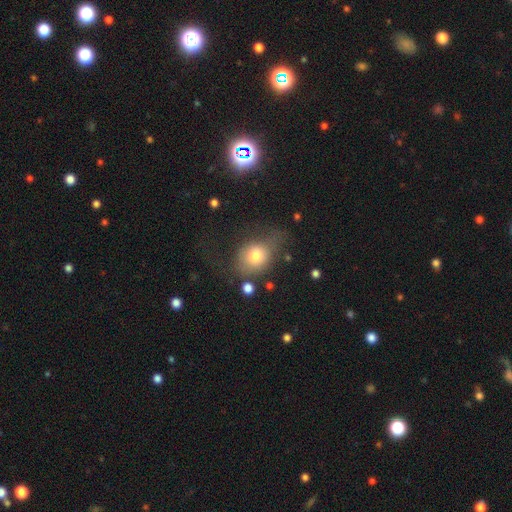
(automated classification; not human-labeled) This appears to be a smooth galaxy with no disk features (74%) that is round (51%). Merging: none (41%).